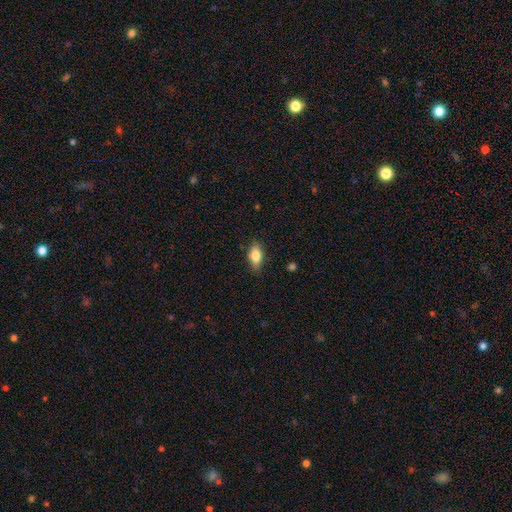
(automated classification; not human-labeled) Smooth or featured: smooth — 72% (featured or disk — 21%)
How rounded: in between — 81% (cigar-shaped — 14%)
Merging: none — 83% (minor disturbance — 13%)